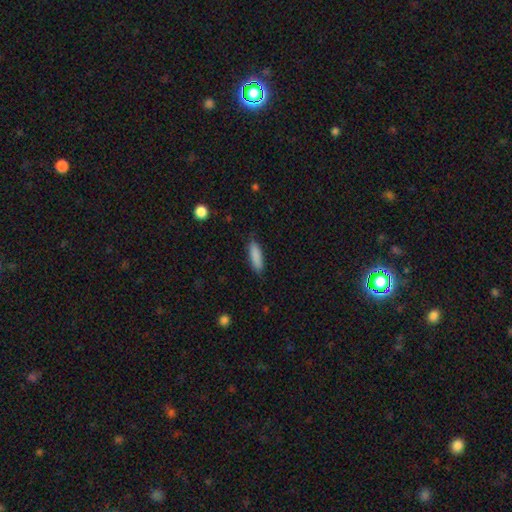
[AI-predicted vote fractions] Q: Smooth or featured?
A: smooth (87%); runner-up: featured or disk (7%)
Q: How rounded?
A: cigar-shaped (55%); runner-up: in between (44%)
Q: Merging?
A: none (82%); runner-up: minor disturbance (14%)